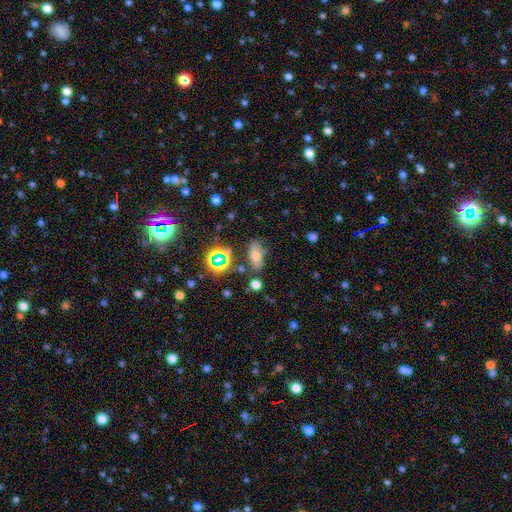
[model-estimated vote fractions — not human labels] Smooth or featured?
  - smooth: 61% *
  - star or artifact: 21%
  - featured or disk: 18%
How rounded?
  - in between: 81% *
  - round: 10%
  - cigar-shaped: 9%
Merging?
  - none: 69% *
  - minor disturbance: 18%
  - merger: 8%
  - major disturbance: 6%